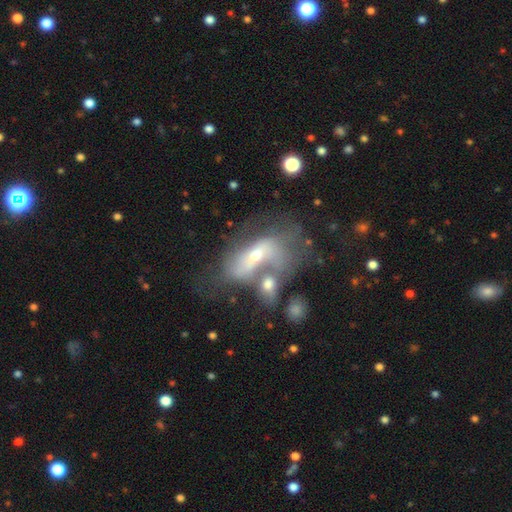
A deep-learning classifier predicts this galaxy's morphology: smooth_or_featured: featured or disk (p=0.59) [alt: smooth p=0.31]
disk_edge_on: no (p=0.91) [alt: yes p=0.09]
bar: no (p=0.59) [alt: weak p=0.26]
has_spiral_arms: no (p=0.52) [alt: yes p=0.48]
bulge_size: small (p=0.46) [alt: moderate p=0.44]
merging: merger (p=0.47) [alt: major disturbance p=0.24]